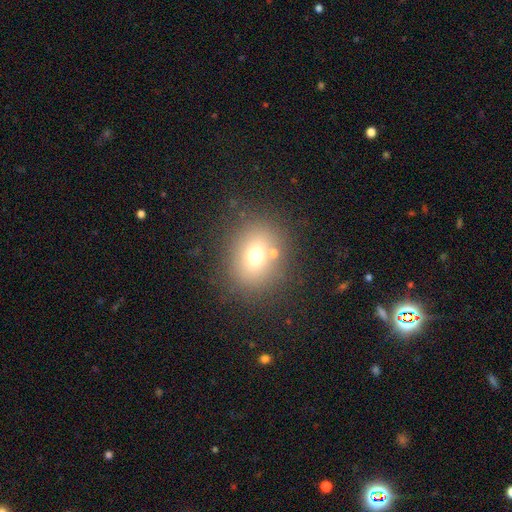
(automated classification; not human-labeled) A smooth galaxy with no disk features (67%) that is round (60%). Merging: none (77%).